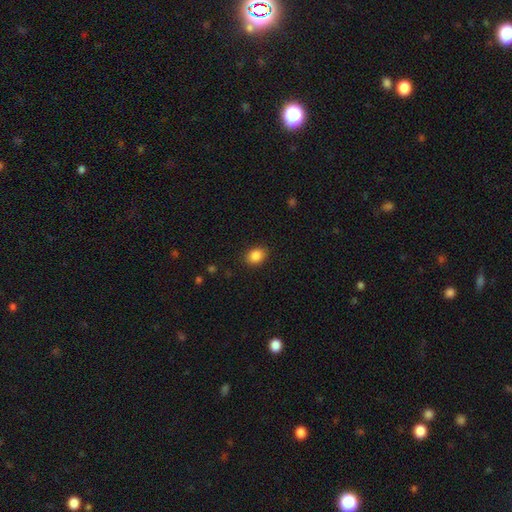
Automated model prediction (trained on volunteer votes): smooth 87%, star or artifact 9%, featured or disk 4%. Down the decision tree: how rounded — in between (62%); merging — none (88%).